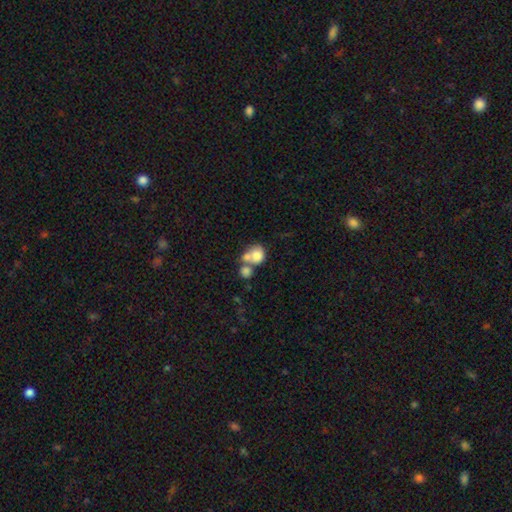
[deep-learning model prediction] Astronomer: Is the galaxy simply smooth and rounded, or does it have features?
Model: smooth — 74%.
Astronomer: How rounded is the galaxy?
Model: round — 65%.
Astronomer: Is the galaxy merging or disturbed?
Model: merger — 61%.